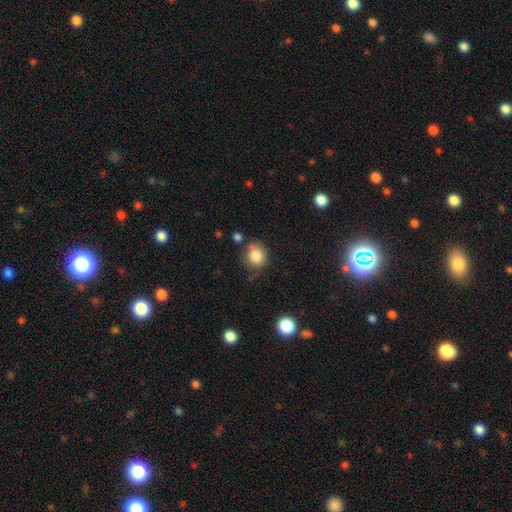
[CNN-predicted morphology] A smooth galaxy with no disk features (84%) that is round (80%). Merging: none (69%).